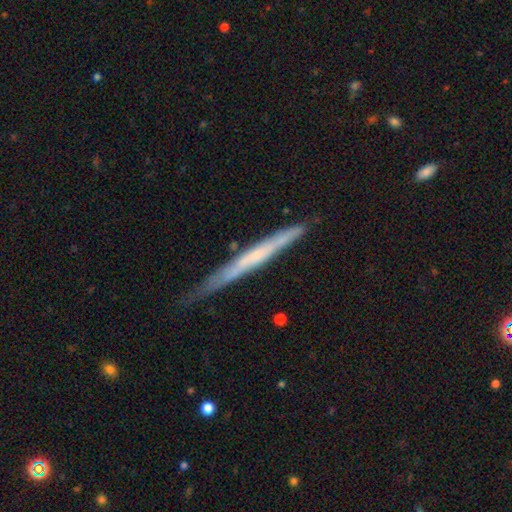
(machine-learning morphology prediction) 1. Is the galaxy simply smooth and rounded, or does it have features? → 57% featured or disk, 37% smooth, 6% star or artifact.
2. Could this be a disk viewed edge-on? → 94% yes, 6% no.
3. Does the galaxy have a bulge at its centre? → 78% none, 16% rounded, 6% boxy.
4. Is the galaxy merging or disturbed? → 74% none, 21% minor disturbance, 3% major disturbance, 2% merger.